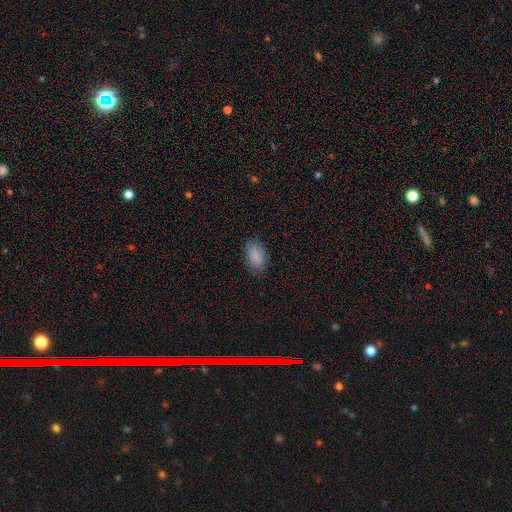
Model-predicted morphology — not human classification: Smooth or featured: smooth — 87% (star or artifact — 8%)
How rounded: in between — 92% (round — 7%)
Merging: none — 81% (minor disturbance — 14%)